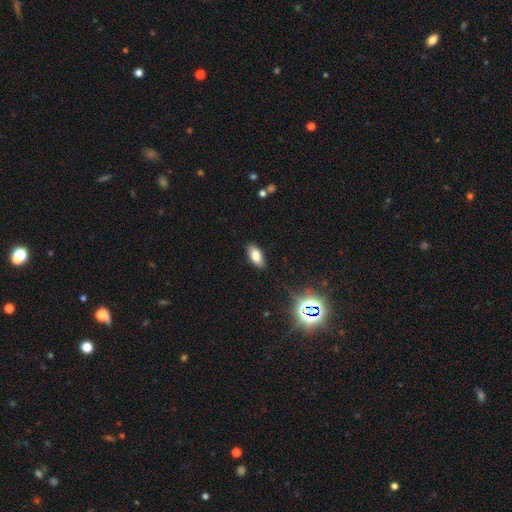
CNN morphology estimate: Overall: smooth (77%). How rounded: in between (87%). Merging: none (84%).